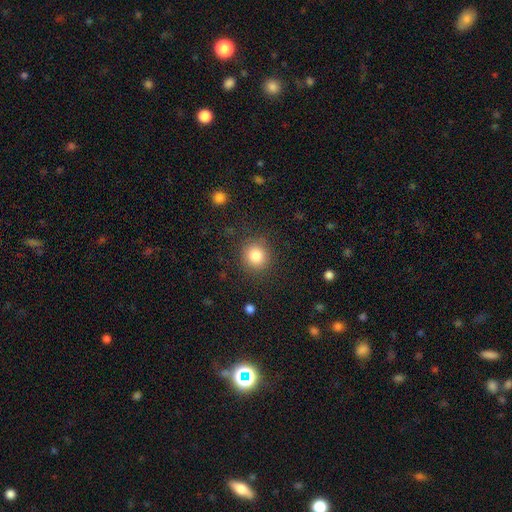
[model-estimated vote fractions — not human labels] Smooth or featured? Predicted: smooth (p=0.83). How rounded? Predicted: round (p=0.89). Merging? Predicted: none (p=0.87).